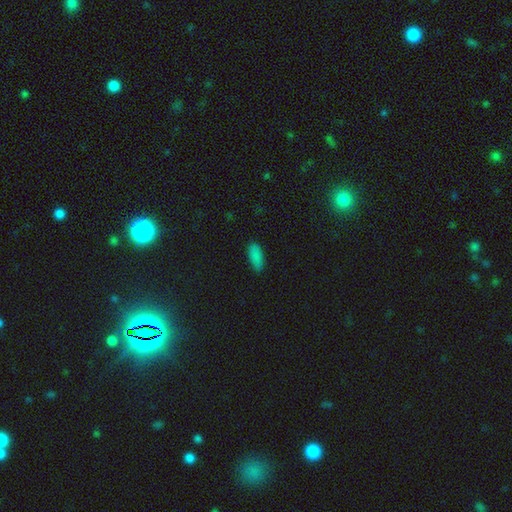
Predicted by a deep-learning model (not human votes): Overall: smooth (86%). How rounded: in between (82%). Merging: none (84%).